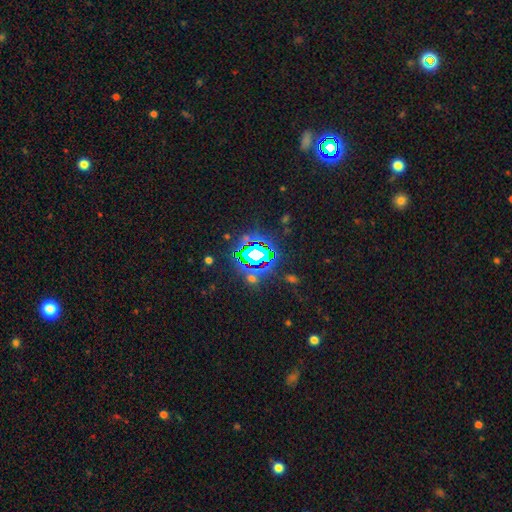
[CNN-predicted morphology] Smooth or featured? Predicted: star or artifact (p=0.73).